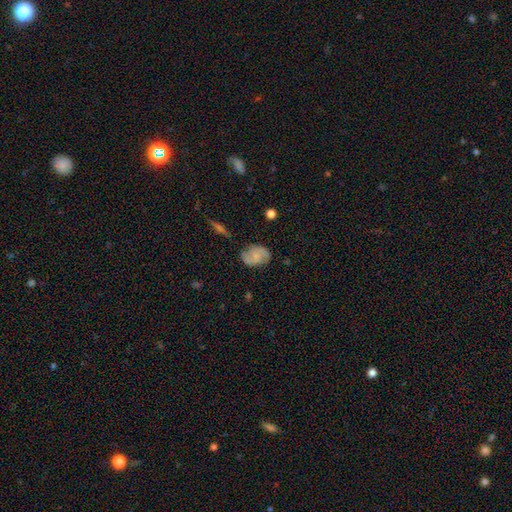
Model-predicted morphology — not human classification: featured or disk 57%, smooth 34%, star or artifact 8%. Down the decision tree: edge-on disk — no (96%); bar — no (64%); spiral arms — yes (91%); spiral arm count — 2 (87%); spiral winding — medium (46%); bulge size — none (42%); merging — none (74%).